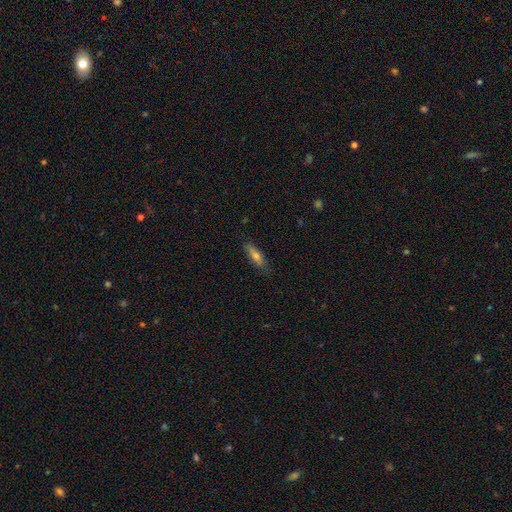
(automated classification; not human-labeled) A smooth galaxy with no disk features (60%) that is cigar-shaped (65%).

Vote fractions:
- Smooth or featured? smooth: 60% / featured or disk: 32% / star or artifact: 8%
- How rounded? cigar-shaped: 65% / in between: 33% / round: 2%
- Merging? none: 81% / minor disturbance: 15% / major disturbance: 3% / merger: 1%